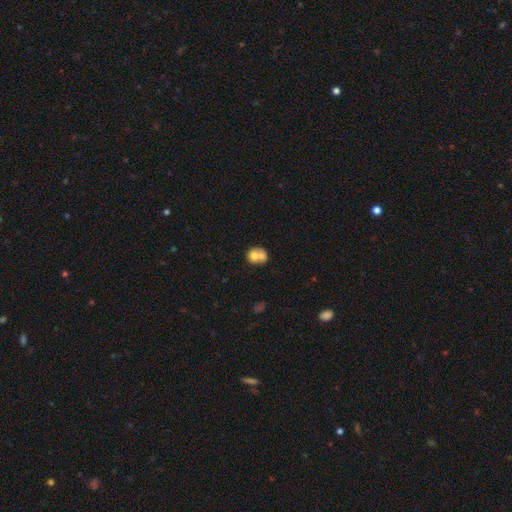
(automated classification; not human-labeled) A smooth galaxy with no disk features (68%) that is round (71%).

Vote fractions:
- Smooth or featured? smooth: 68% / featured or disk: 23% / star or artifact: 9%
- How rounded? round: 71% / in between: 28% / cigar-shaped: 1%
- Merging? merger: 62% / none: 28% / minor disturbance: 7% / major disturbance: 3%